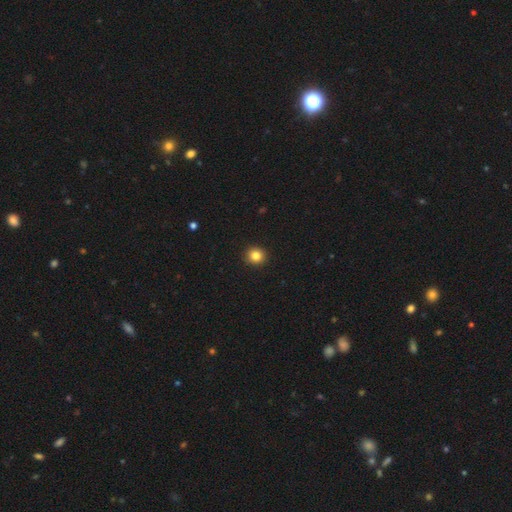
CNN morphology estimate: smooth_or_featured: smooth (p=0.84) [alt: star or artifact p=0.11]
how_rounded: round (p=0.90) [alt: in between p=0.10]
merging: none (p=0.93) [alt: minor disturbance p=0.04]